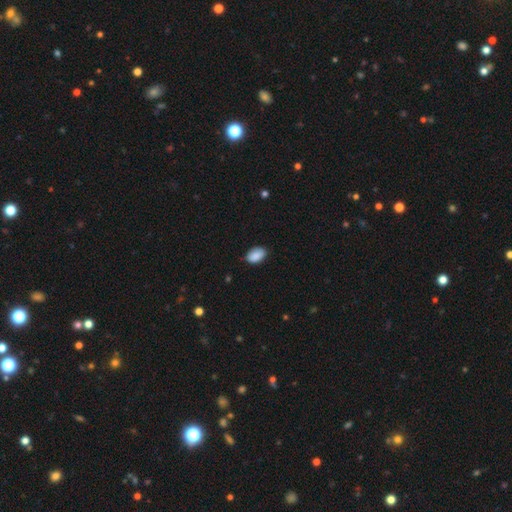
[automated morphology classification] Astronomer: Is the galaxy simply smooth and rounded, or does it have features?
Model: smooth — 89%.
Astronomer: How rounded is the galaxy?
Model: in between — 90%.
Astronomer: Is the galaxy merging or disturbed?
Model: none — 80%.